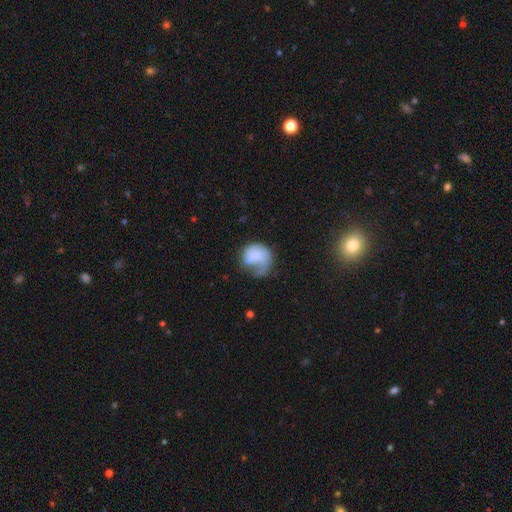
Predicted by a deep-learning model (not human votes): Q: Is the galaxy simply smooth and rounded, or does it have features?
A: smooth — 64%.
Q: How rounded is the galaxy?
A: round — 69%.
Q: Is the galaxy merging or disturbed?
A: major disturbance — 40%.